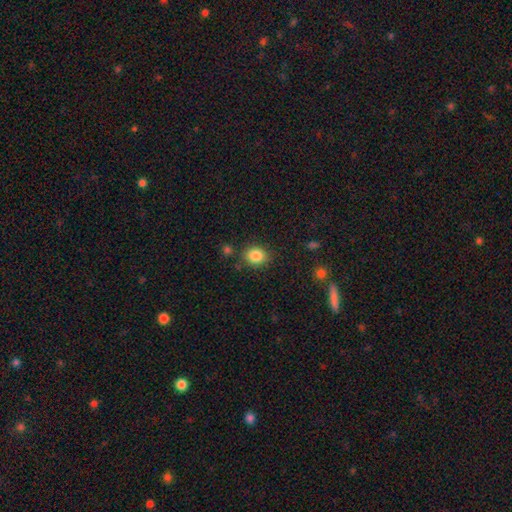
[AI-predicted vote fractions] This is clearly a smooth galaxy (86%). How rounded: likely round (63%). Merging: clearly none (82%).